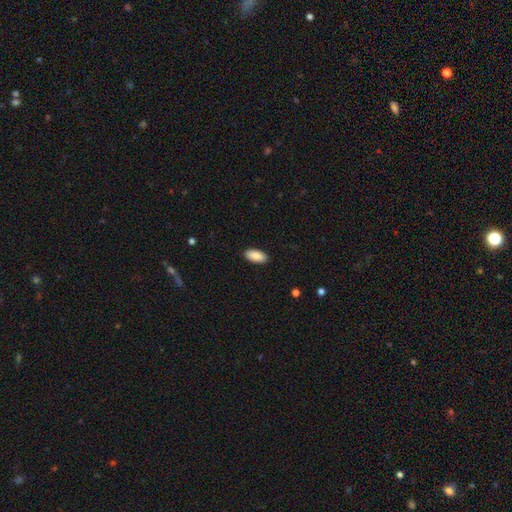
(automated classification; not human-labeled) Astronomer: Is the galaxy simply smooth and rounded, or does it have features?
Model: smooth — 88%.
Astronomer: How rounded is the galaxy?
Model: in between — 93%.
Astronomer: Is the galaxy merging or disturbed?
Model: none — 90%.